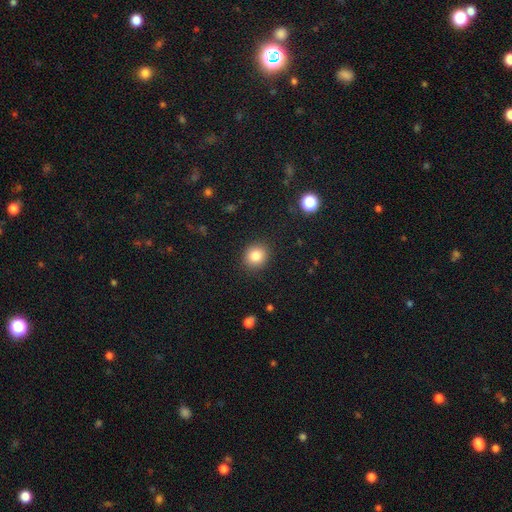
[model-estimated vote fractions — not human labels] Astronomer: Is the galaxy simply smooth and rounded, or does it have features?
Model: smooth — 84%.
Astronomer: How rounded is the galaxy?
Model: round — 80%.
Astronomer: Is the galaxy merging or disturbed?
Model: none — 90%.